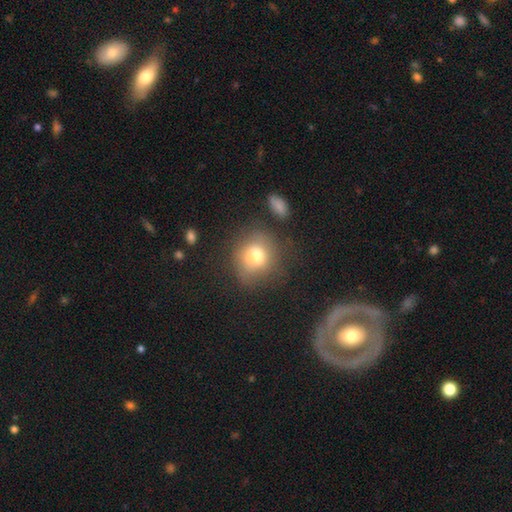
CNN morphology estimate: A smooth galaxy with no disk features (76%) that is round (81%). Merging: none (74%).